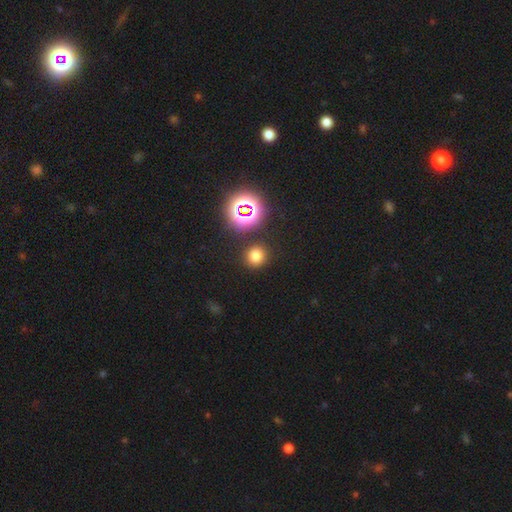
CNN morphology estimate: type=smooth (73%); roundness=round (89%); merging=none (88%).